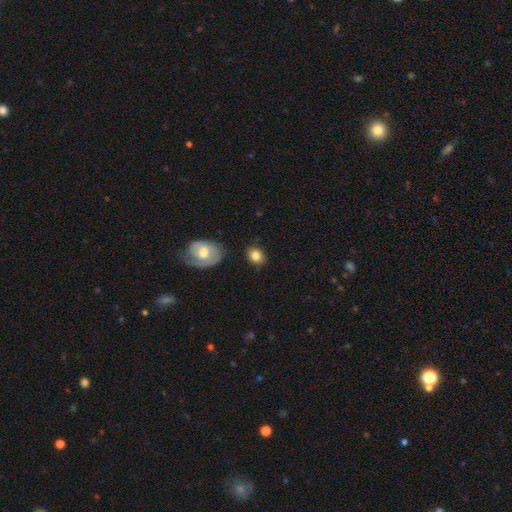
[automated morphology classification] smooth_or_featured: smooth (p=0.83) [alt: featured or disk p=0.09]
how_rounded: round (p=0.50) [alt: in between p=0.49]
merging: none (p=0.83) [alt: minor disturbance p=0.11]